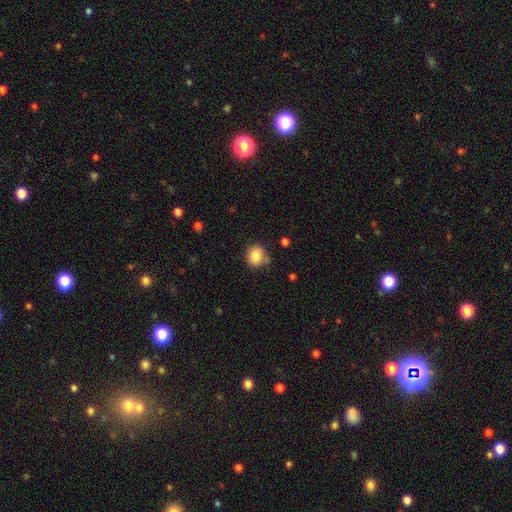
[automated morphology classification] This is clearly a smooth galaxy (84%). How rounded: clearly round (87%). Merging: likely none (74%).